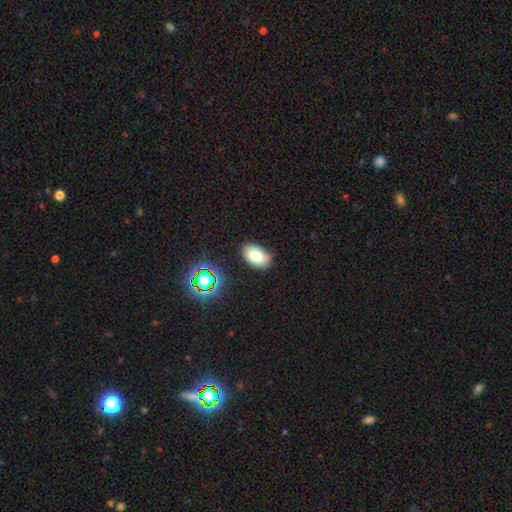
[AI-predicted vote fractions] A smooth galaxy with no disk features (80%) that is in between round and cigar-shaped (91%).

Vote fractions:
- Smooth or featured? smooth: 80% / star or artifact: 11% / featured or disk: 9%
- How rounded? in between: 91% / round: 8% / cigar-shaped: 1%
- Merging? none: 82% / minor disturbance: 14% / major disturbance: 3% / merger: 2%